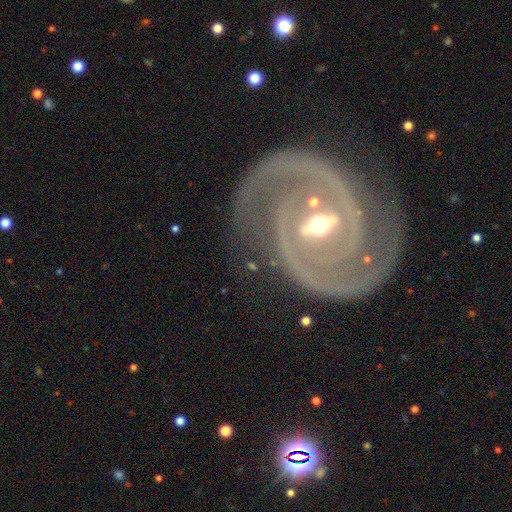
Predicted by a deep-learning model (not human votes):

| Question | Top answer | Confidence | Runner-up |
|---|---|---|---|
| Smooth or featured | featured or disk | 93% | star or artifact (4%) |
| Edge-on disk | no | 97% | yes (3%) |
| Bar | strong | 41% | weak (38%) |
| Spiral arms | yes | 99% | no (1%) |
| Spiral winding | tight | 56% | medium (39%) |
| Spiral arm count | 2 | 90% | 3 (4%) |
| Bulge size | moderate | 57% | small (38%) |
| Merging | none | 80% | minor disturbance (14%) |